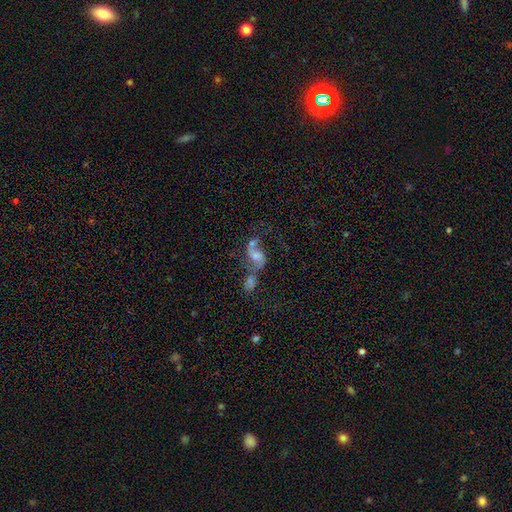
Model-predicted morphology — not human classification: A featured or disk galaxy (69%) with no bar (51%), 2 (82%) loose (69%) spiral arms (86%) and a moderate central bulge (43%). Merging: merger (48%).